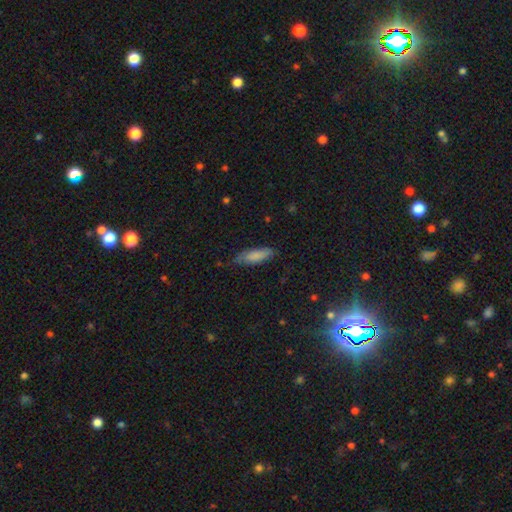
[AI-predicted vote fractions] smooth 82%, featured or disk 12%, star or artifact 6%. Down the decision tree: how rounded — in between (57%); merging — none (68%).